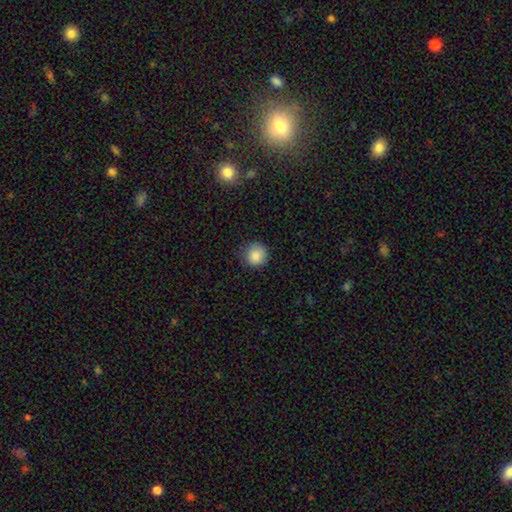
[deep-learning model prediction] This appears to be a smooth galaxy with no disk features (86%) that is round (92%). Merging: none (82%).